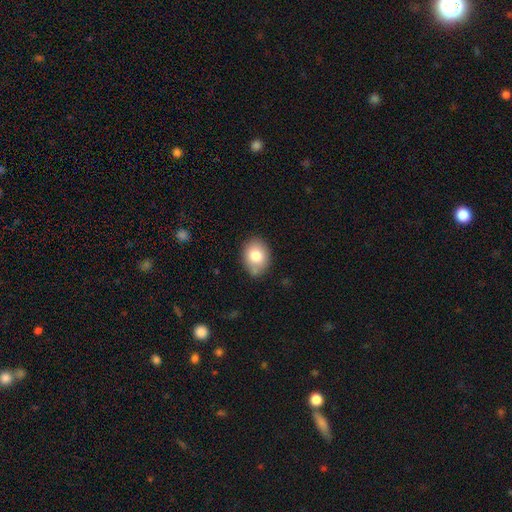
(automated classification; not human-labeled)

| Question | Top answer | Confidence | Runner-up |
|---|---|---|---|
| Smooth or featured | smooth | 80% | featured or disk (12%) |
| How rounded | in between | 65% | round (34%) |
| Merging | none | 76% | minor disturbance (17%) |